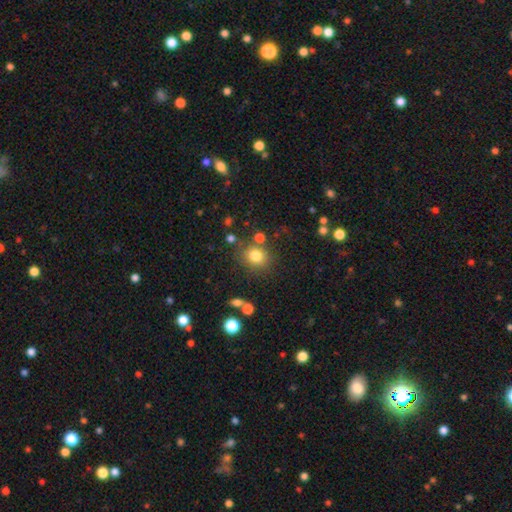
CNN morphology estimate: smooth 80%, star or artifact 13%, featured or disk 7%. Down the decision tree: how rounded — round (78%); merging — none (76%).